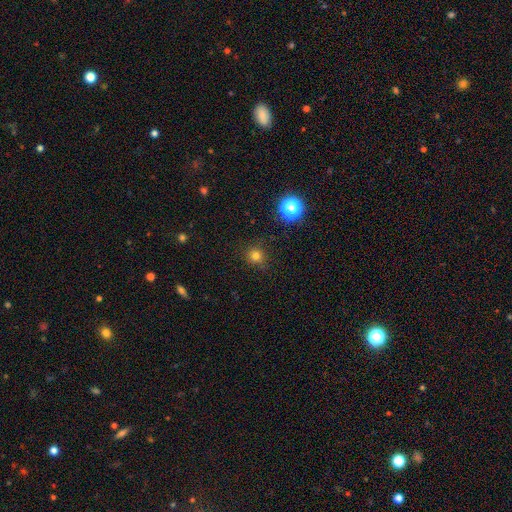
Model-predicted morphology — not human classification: type=smooth (78%); roundness=round (93%); merging=none (87%).